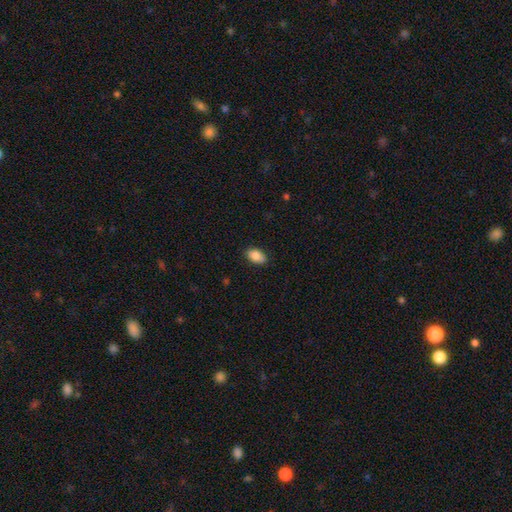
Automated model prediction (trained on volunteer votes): smooth-or-featured: smooth: 87% | star or artifact: 7% | featured or disk: 6%
  how-rounded: in between: 92% | round: 7% | cigar-shaped: 2%
  merging: none: 88% | minor disturbance: 9% | major disturbance: 2% | merger: 1%